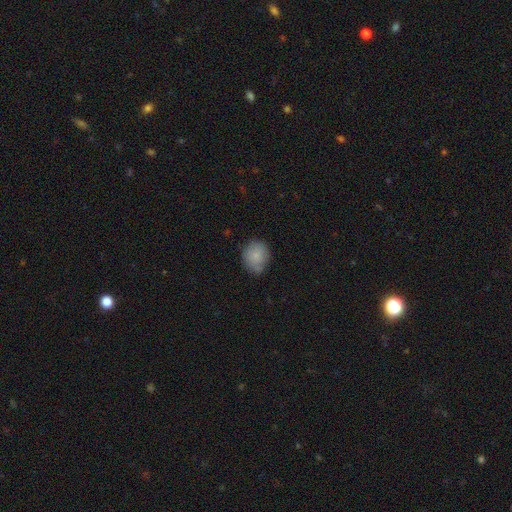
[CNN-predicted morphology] Overall: smooth (83%). How rounded: round (74%). Merging: none (67%).